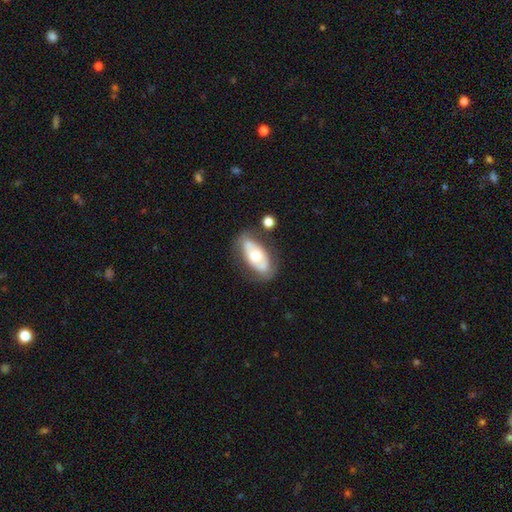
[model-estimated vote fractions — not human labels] featured or disk 50%, smooth 45%, star or artifact 6%. Down the decision tree: merging — none (72%).